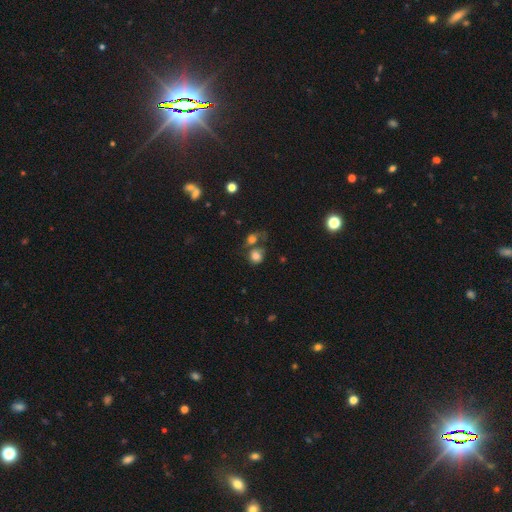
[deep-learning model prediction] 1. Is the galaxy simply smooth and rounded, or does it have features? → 78% smooth, 12% star or artifact, 10% featured or disk.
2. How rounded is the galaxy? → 78% round, 21% in between, 1% cigar-shaped.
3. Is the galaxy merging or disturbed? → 40% none, 37% merger, 12% minor disturbance, 11% major disturbance.